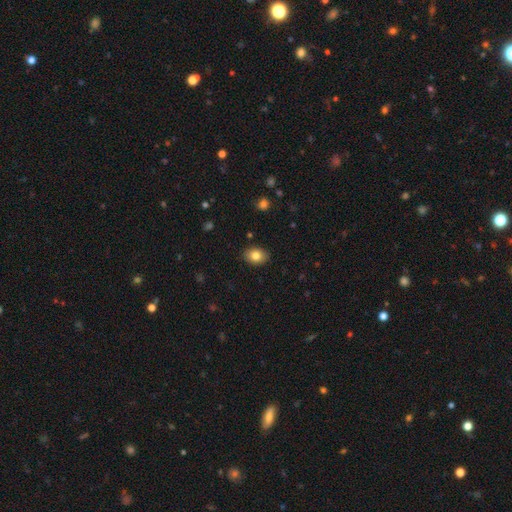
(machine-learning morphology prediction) Overall: smooth (83%). How rounded: in between (70%). Merging: none (88%).